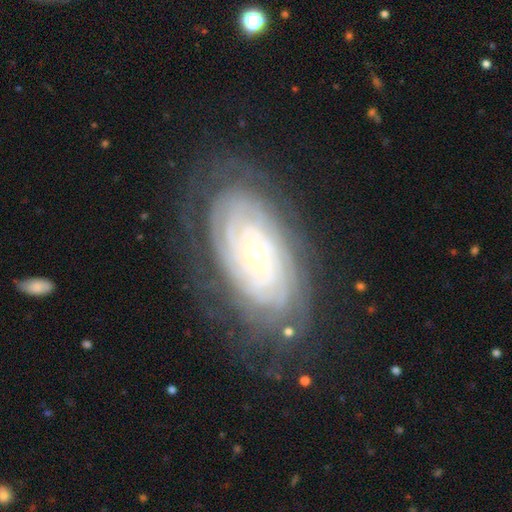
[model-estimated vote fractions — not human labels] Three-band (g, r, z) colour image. It shows a featured or disk galaxy (85%) with no bar (80%), tight (87%) spiral arms (95%) and a small central bulge (79%). Merging: none (75%).